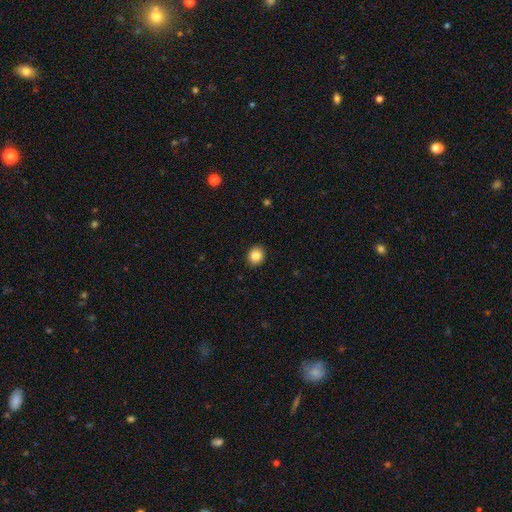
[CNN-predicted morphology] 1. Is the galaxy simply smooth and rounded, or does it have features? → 86% smooth, 9% star or artifact, 5% featured or disk.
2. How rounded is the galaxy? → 74% round, 25% in between, 1% cigar-shaped.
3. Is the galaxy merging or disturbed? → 91% none, 6% minor disturbance, 2% major disturbance, 1% merger.